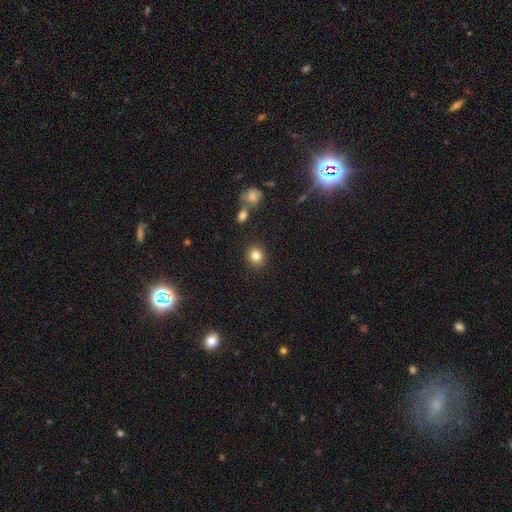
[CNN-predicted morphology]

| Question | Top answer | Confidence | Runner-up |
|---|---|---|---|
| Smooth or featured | smooth | 82% | star or artifact (11%) |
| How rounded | round | 83% | in between (16%) |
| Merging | none | 88% | minor disturbance (7%) |